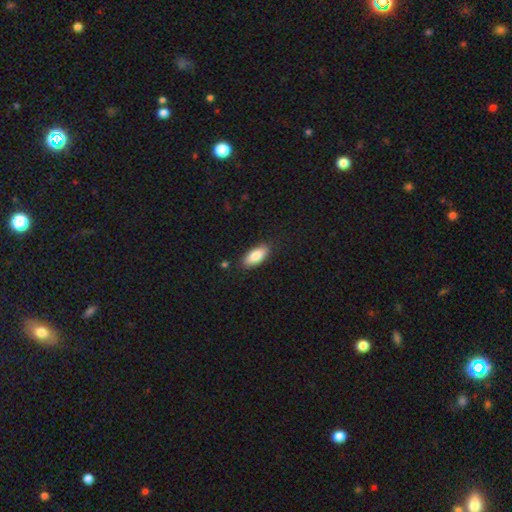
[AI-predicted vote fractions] This is clearly a smooth galaxy (85%). How rounded: clearly in between (85%). Merging: clearly none (85%).